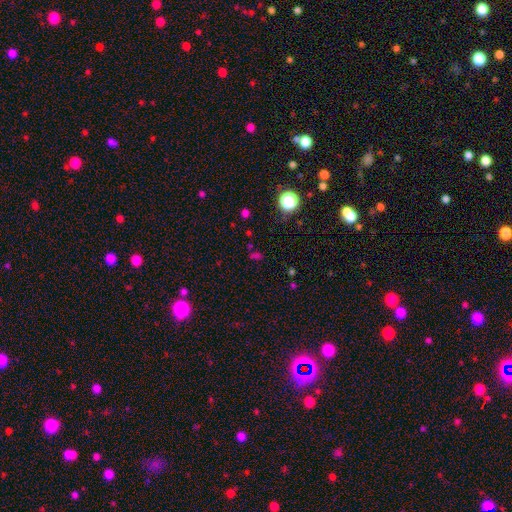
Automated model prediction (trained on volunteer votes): This appears to be a star or artifact, not a galaxy (48%).